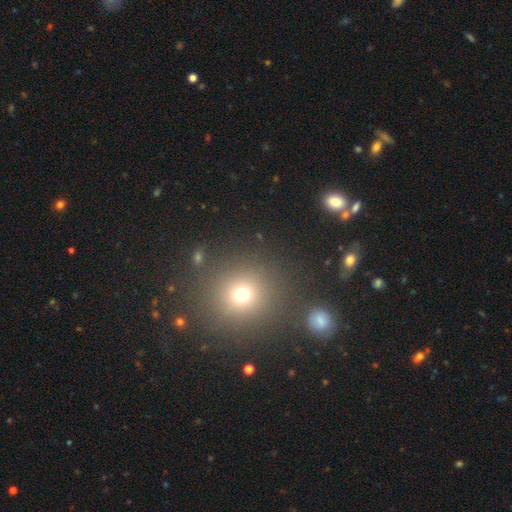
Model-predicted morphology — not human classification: This appears to be a smooth galaxy with no disk features (56%) that is round (90%). Merging: none (85%).